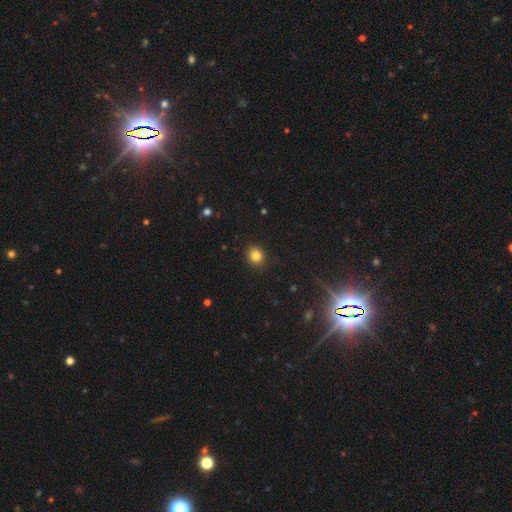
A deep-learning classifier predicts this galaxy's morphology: This is clearly a smooth galaxy (84%). How rounded: clearly round (81%). Merging: clearly none (90%).